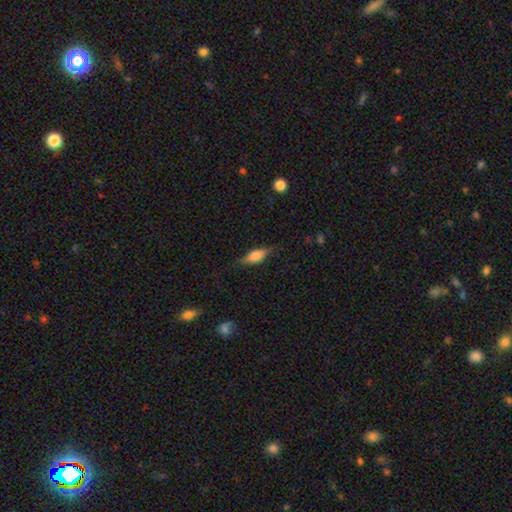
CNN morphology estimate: The model was most divided on "smooth or featured": smooth: 66%, featured or disk: 26%, star or artifact: 8%. More confident: merging — none (76%); how rounded — in between (69%).